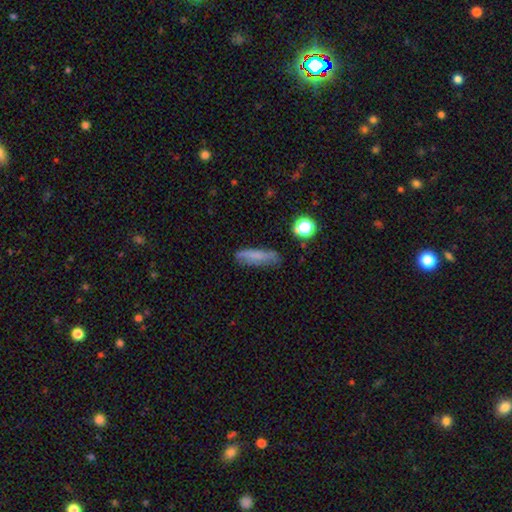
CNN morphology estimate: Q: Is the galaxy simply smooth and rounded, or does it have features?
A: smooth — 68%.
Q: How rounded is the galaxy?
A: cigar-shaped — 67%.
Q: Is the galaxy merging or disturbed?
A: none — 71%.